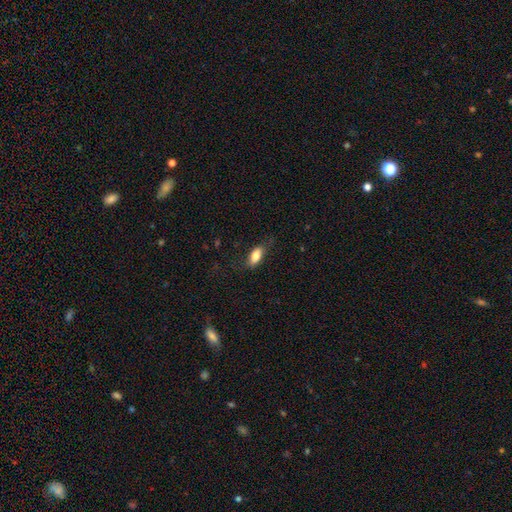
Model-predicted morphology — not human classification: Overall: smooth (79%). How rounded: in between (83%). Merging: none (74%).